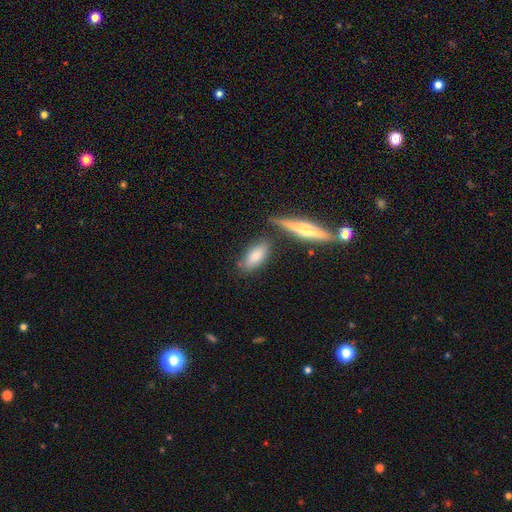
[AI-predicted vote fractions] This is likely a smooth galaxy (77%). How rounded: likely in between (77%). Merging: likely none (68%).